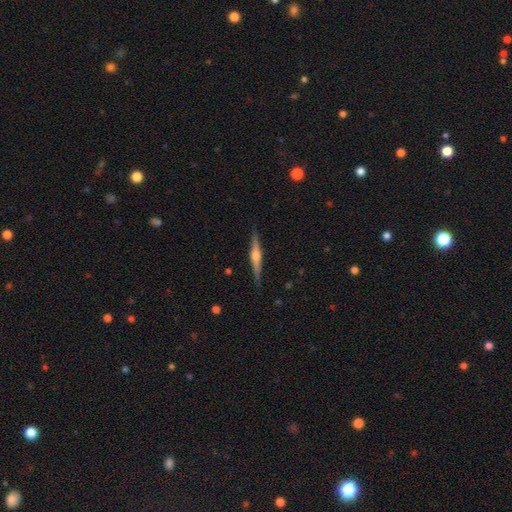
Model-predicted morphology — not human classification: Smooth or featured? Predicted: featured or disk (p=0.72). Edge-on disk? Predicted: yes (p=0.98). Edge-on bulge? Predicted: rounded (p=0.89). Merging? Predicted: none (p=0.89).